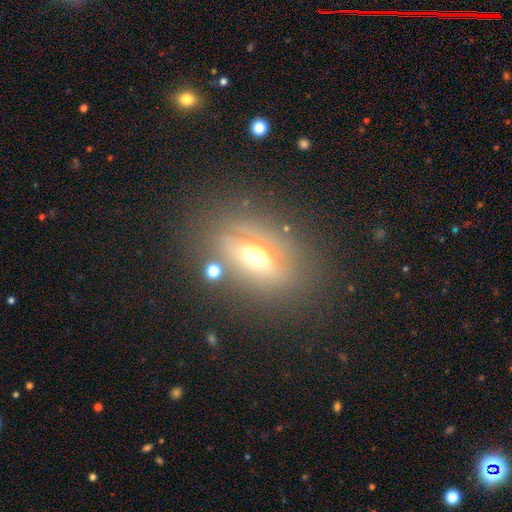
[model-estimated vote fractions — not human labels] featured or disk 46%, smooth 41%, star or artifact 13%. Down the decision tree: merging — none (71%).